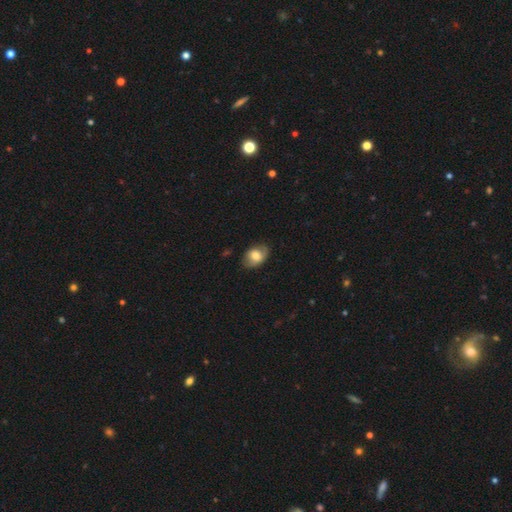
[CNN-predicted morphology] Overall: smooth (68%). How rounded: in between (78%). Merging: none (72%).